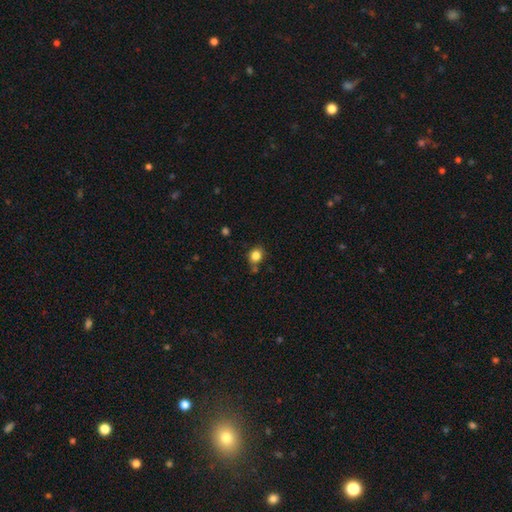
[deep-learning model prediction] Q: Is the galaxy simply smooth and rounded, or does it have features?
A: smooth — 84%.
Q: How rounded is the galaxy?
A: round — 71%.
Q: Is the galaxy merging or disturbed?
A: none — 70%.